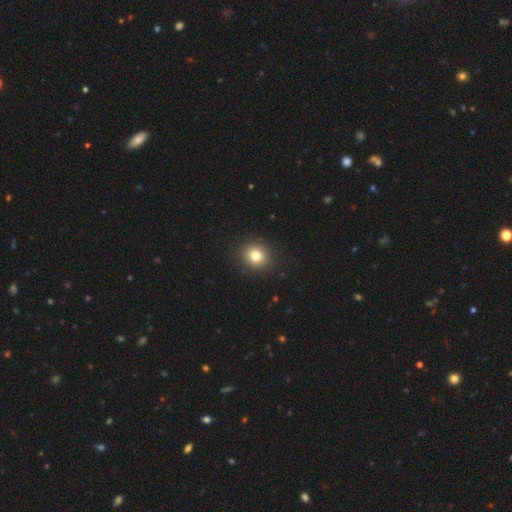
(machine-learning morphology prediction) This appears to be a smooth galaxy with no disk features (80%) that is round (86%). Merging: none (91%).